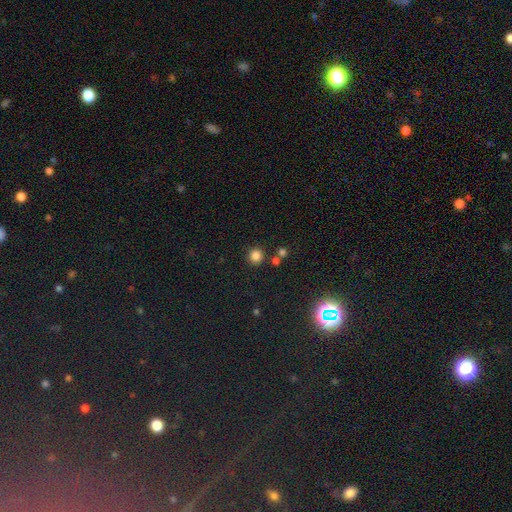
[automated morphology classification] smooth-or-featured: smooth: 81% | star or artifact: 15% | featured or disk: 4%
  how-rounded: round: 91% | in between: 8% | cigar-shaped: 1%
  merging: none: 81% | merger: 8% | minor disturbance: 7% | major disturbance: 3%